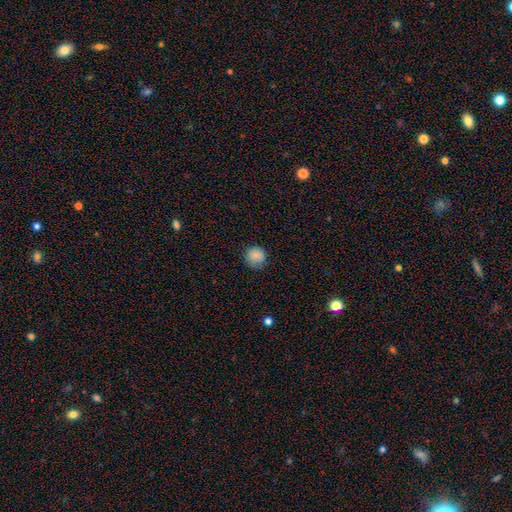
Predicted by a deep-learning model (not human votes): This is clearly a smooth galaxy (86%). How rounded: clearly round (92%). Merging: clearly none (81%).